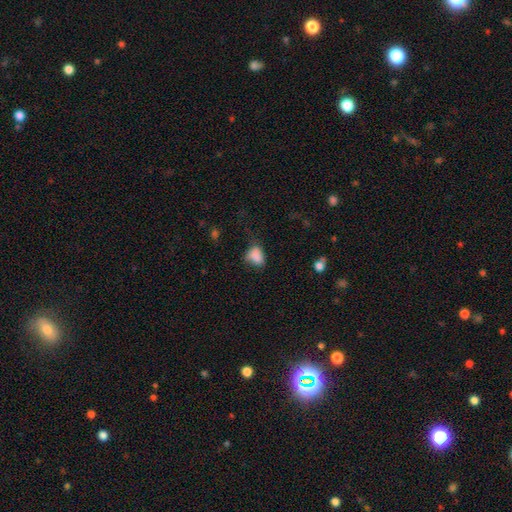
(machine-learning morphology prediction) smooth 82%, star or artifact 10%, featured or disk 7%. Down the decision tree: how rounded — in between (76%); merging — none (40%).